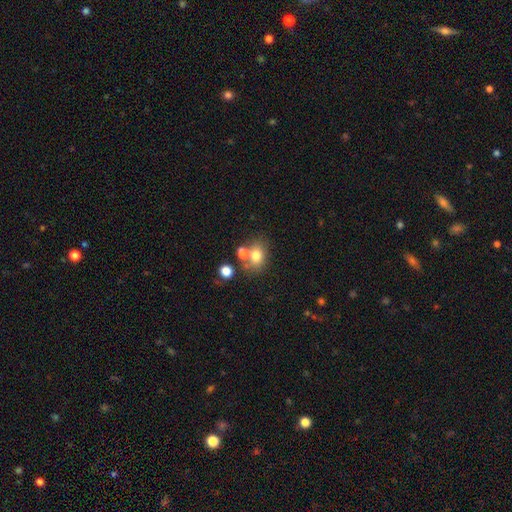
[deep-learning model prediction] Q: Smooth or featured?
A: smooth (74%); runner-up: featured or disk (14%)
Q: How rounded?
A: in between (66%); runner-up: round (33%)
Q: Merging?
A: none (49%); runner-up: merger (33%)